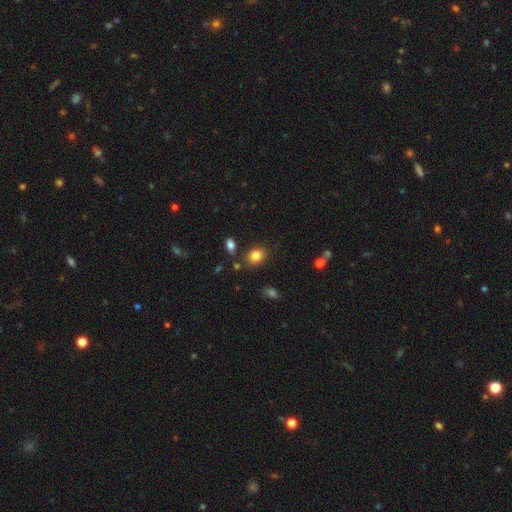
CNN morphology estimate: Smooth or featured?
  - smooth: 84% *
  - star or artifact: 10%
  - featured or disk: 6%
How rounded?
  - in between: 54% *
  - round: 45%
  - cigar-shaped: 1%
Merging?
  - none: 81% *
  - minor disturbance: 11%
  - merger: 5%
  - major disturbance: 3%